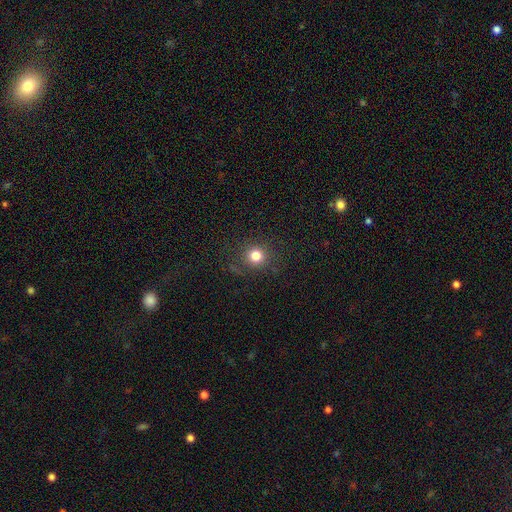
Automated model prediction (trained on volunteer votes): Smooth or featured: smooth — 79% (star or artifact — 15%)
How rounded: round — 92% (in between — 7%)
Merging: none — 87% (minor disturbance — 8%)